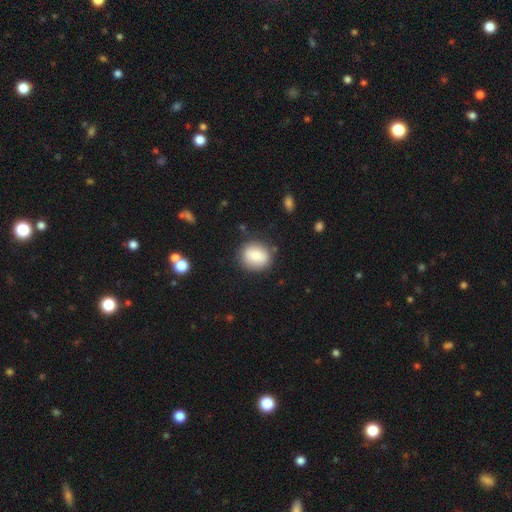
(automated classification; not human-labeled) Q: Smooth or featured?
A: smooth (79%); runner-up: featured or disk (13%)
Q: How rounded?
A: round (61%); runner-up: in between (37%)
Q: Merging?
A: none (80%); runner-up: minor disturbance (13%)